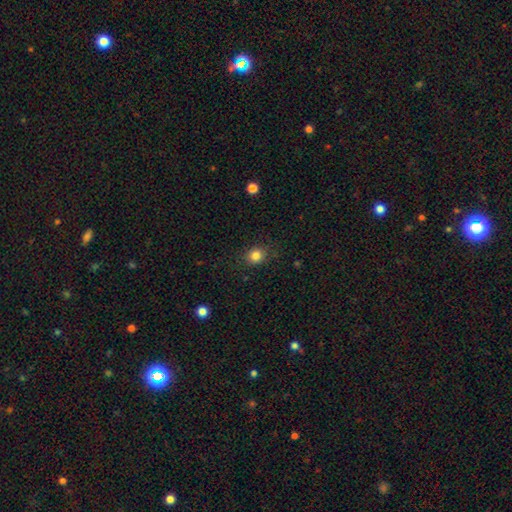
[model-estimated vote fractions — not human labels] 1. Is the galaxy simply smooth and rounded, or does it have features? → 83% smooth, 11% star or artifact, 6% featured or disk.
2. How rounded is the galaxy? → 74% round, 25% in between, 1% cigar-shaped.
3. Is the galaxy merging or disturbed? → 85% none, 11% minor disturbance, 3% major disturbance, 1% merger.